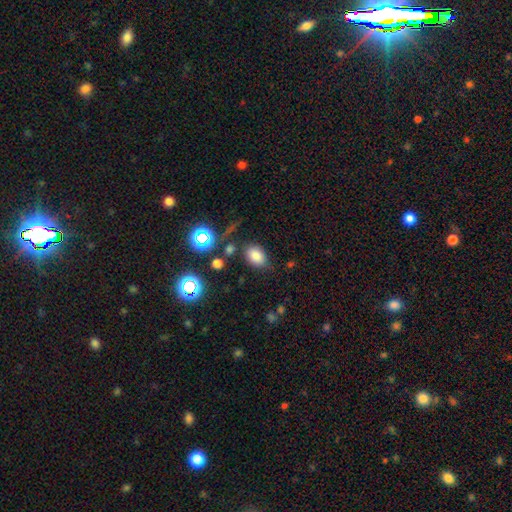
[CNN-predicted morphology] smooth 79%, star or artifact 14%, featured or disk 7%. Down the decision tree: how rounded — in between (79%); merging — none (76%).